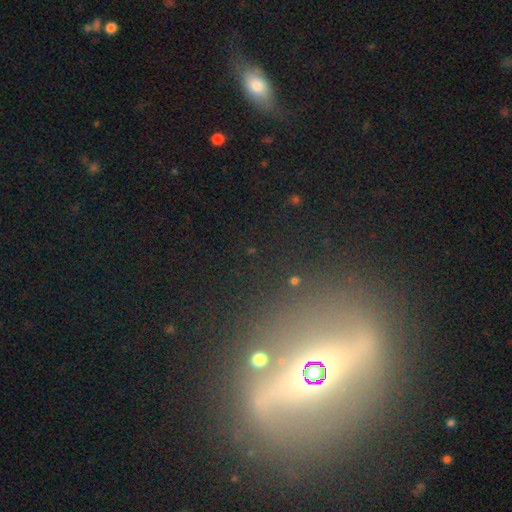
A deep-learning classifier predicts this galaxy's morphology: smooth-or-featured: featured or disk: 64% | smooth: 19% | star or artifact: 17%
  disk-edge-on: no: 62% | yes: 38%
  merging: none: 74% | minor disturbance: 13% | major disturbance: 7% | merger: 6%